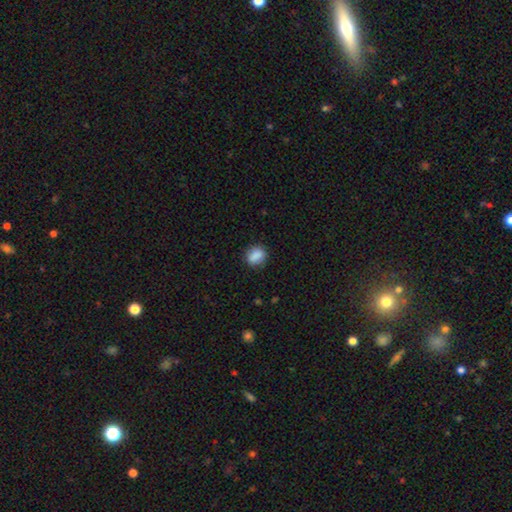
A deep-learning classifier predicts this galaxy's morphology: Overall: smooth (86%). How rounded: round (51%; in between 47%). Merging: none (83%).